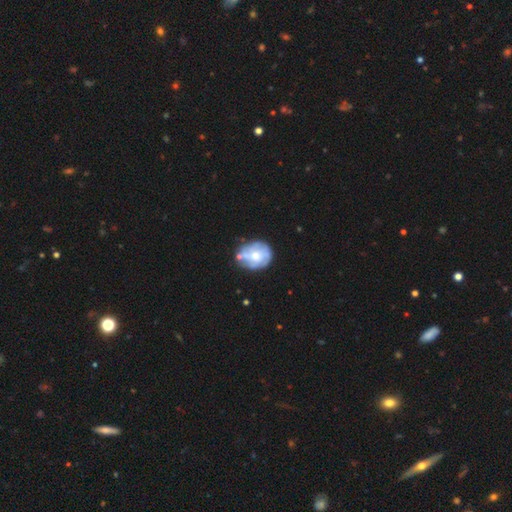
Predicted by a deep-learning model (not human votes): Morphology: type=featured or disk (57%); edge-on=no (97%); bar=no (79%); spiral arms=no (53%); bulge=moderate (59%); merging=none (57%).